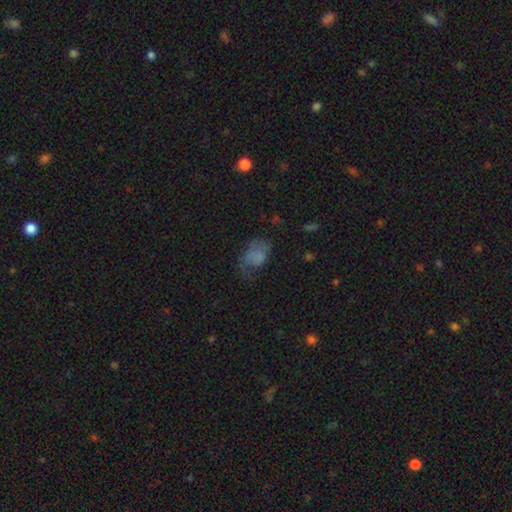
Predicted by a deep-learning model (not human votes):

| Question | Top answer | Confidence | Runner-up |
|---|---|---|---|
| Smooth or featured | smooth | 55% | featured or disk (32%) |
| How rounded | in between | 81% | round (18%) |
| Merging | major disturbance | 37% | none (34%) |